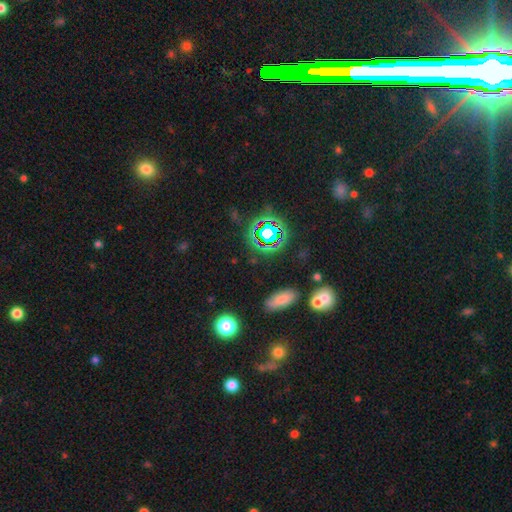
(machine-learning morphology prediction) A star or artifact, not a galaxy (62%).